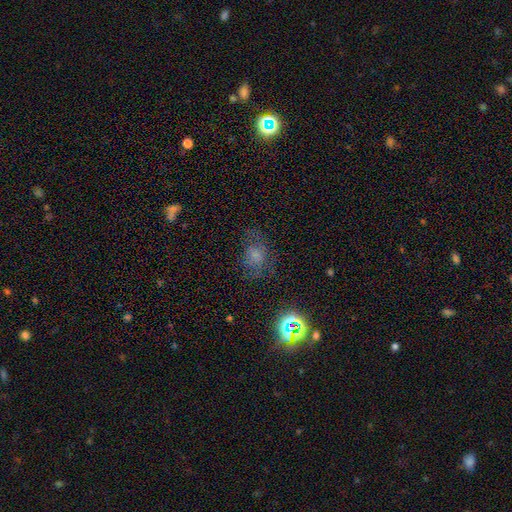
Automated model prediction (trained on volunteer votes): This is possibly a smooth galaxy (56%). How rounded: possibly in between (55%). Merging: possibly none (58%).